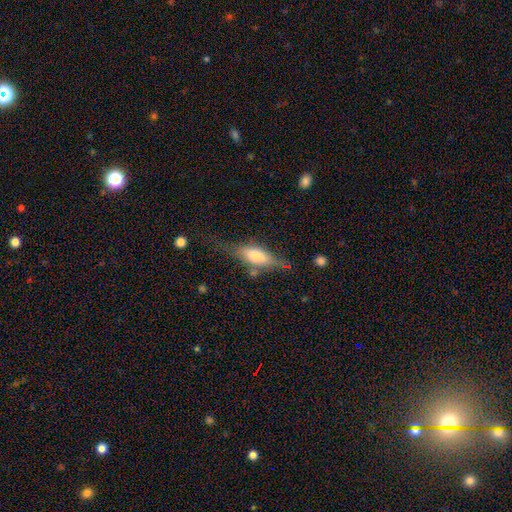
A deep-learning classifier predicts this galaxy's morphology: The model was most divided on "smooth or featured": smooth: 52%, featured or disk: 41%, star or artifact: 7%. More confident: how rounded — in between (58%); merging — none (58%).